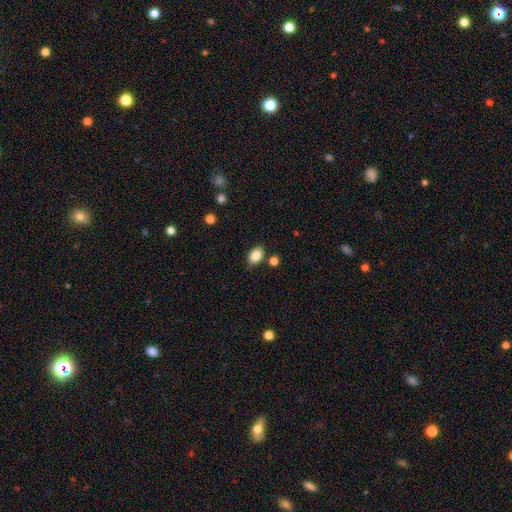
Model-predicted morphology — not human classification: Overall: smooth (85%). How rounded: in between (82%). Merging: none (80%).